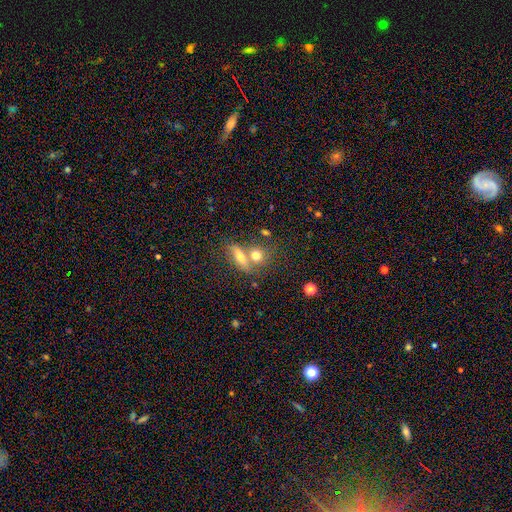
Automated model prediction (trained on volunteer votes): Smooth or featured: smooth — 70% (featured or disk — 19%)
How rounded: round — 50% (in between — 40%)
Merging: merger — 47% (none — 40%)